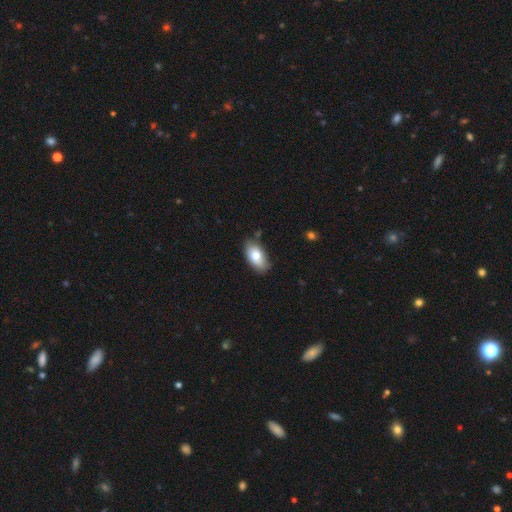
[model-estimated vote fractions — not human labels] A smooth galaxy with no disk features (78%) that is in between round and cigar-shaped (93%). Merging: none (75%).